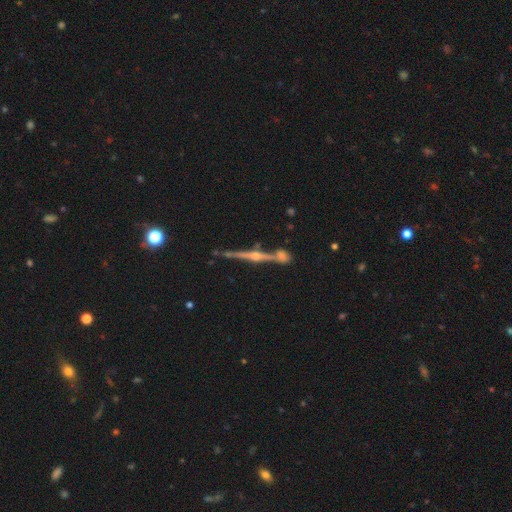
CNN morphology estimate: Smooth or featured? Predicted: featured or disk (p=0.84). Edge-on disk? Predicted: yes (p=0.98). Edge-on bulge? Predicted: rounded (p=0.91). Merging? Predicted: none (p=0.75).